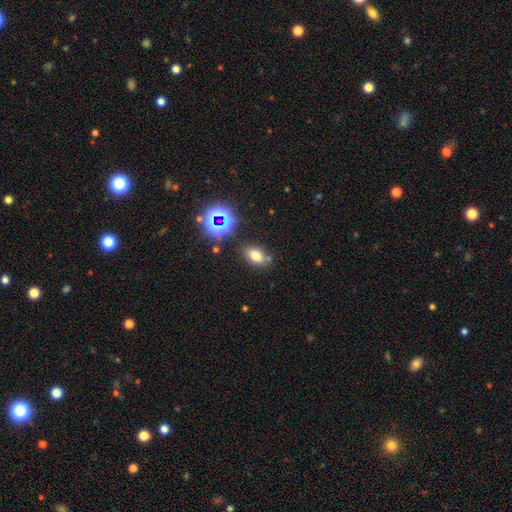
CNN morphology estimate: This is likely a smooth galaxy (72%). How rounded: clearly in between (80%). Merging: likely none (75%).